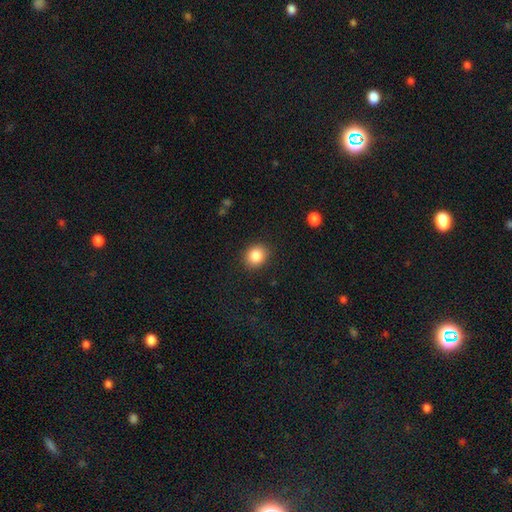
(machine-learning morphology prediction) Smooth or featured? smooth (86%)
How rounded? round (67%)
Merging? none (88%)